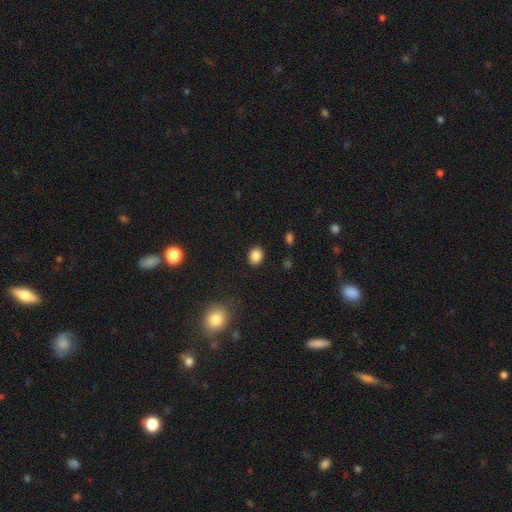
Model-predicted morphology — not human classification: type=smooth (85%); roundness=round (55%); merging=none (89%).